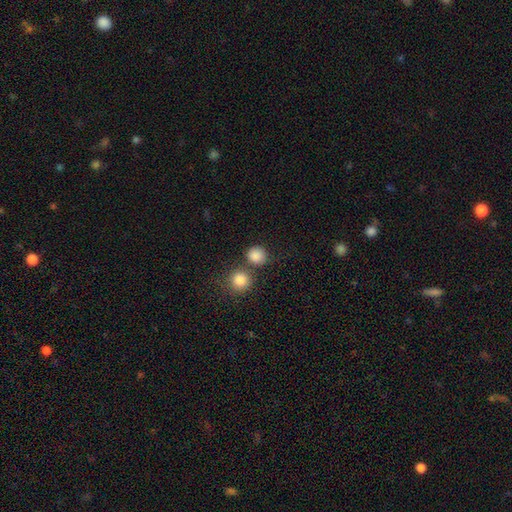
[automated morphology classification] Smooth or featured? Predicted: smooth (p=0.85). How rounded? Predicted: round (p=0.87). Merging? Predicted: none (p=0.67).